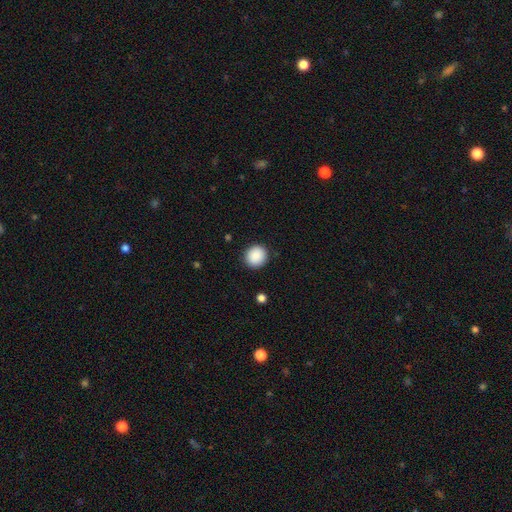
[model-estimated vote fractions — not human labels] Q: Smooth or featured?
A: smooth (89%); runner-up: star or artifact (8%)
Q: How rounded?
A: round (87%); runner-up: in between (13%)
Q: Merging?
A: none (90%); runner-up: minor disturbance (7%)